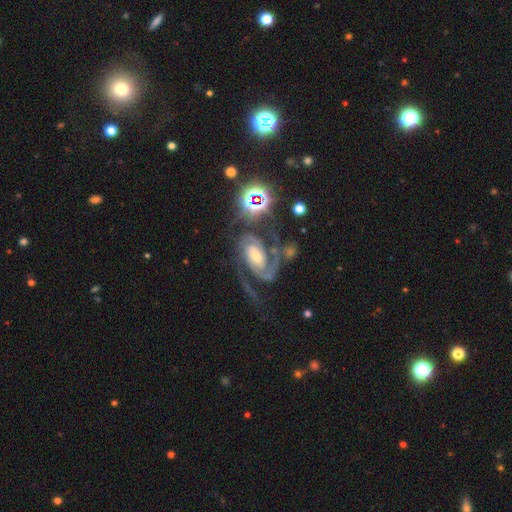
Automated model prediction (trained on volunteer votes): This appears to be a featured or disk galaxy (86%) with no bar (46%), 2 (76%) tight (48%) spiral arms (97%) and a moderate central bulge (49%). Merging: none (52%).